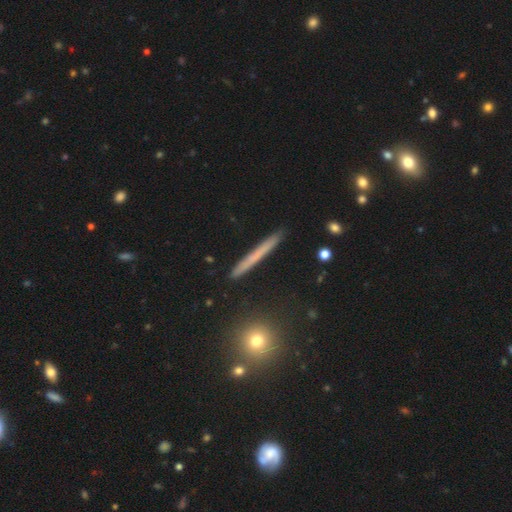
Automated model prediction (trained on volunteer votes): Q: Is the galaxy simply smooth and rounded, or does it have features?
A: smooth — 54%.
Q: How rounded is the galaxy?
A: cigar-shaped — 96%.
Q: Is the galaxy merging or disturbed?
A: none — 91%.